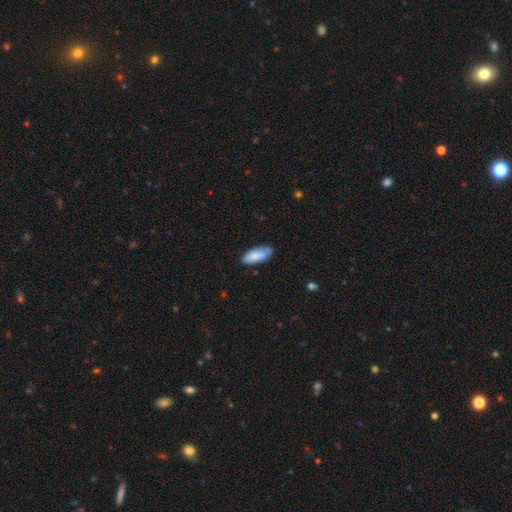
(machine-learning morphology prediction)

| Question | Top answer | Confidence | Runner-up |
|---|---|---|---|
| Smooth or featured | smooth | 81% | featured or disk (13%) |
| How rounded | in between | 84% | cigar-shaped (15%) |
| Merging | none | 71% | minor disturbance (23%) |